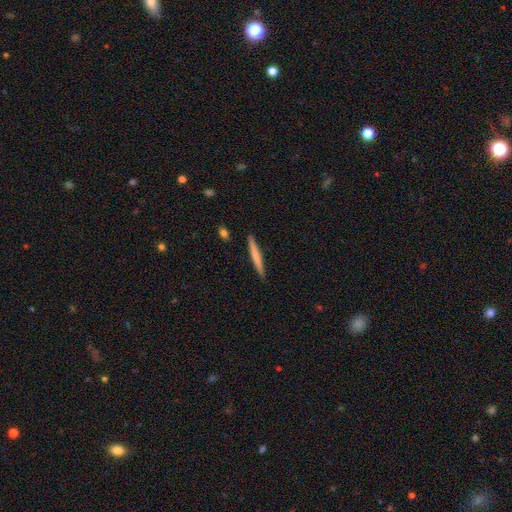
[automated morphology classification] smooth_or_featured: smooth (p=0.63) [alt: featured or disk p=0.32]
how_rounded: cigar-shaped (p=0.96) [alt: in between p=0.02]
merging: none (p=0.91) [alt: minor disturbance p=0.06]